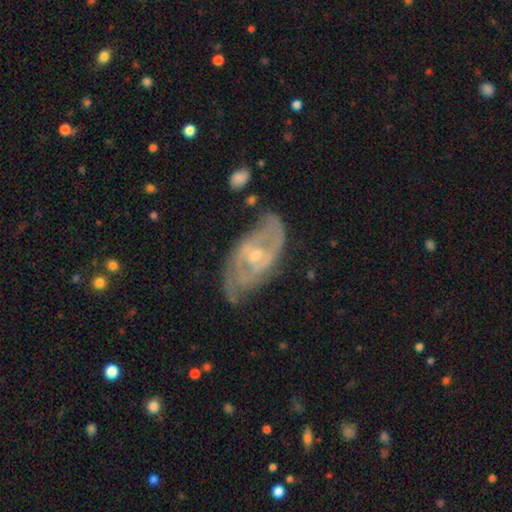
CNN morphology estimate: type=featured or disk (86%); edge-on=no (95%); bar=no (49%); spiral arms=yes (93%); winding=tight (48%); arm count=2 (63%); bulge=small (58%); merging=none (62%).